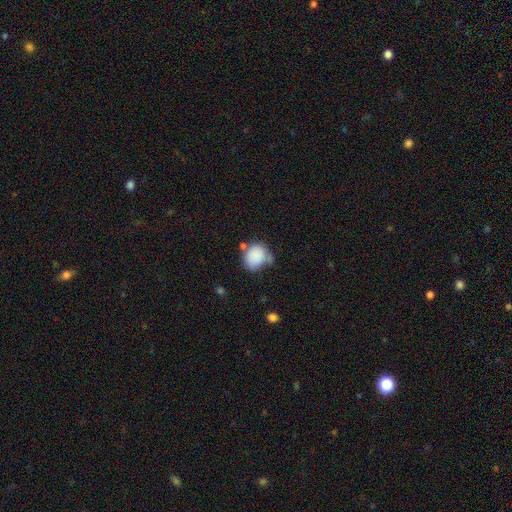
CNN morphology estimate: Q: Smooth or featured?
A: smooth (85%); runner-up: star or artifact (8%)
Q: How rounded?
A: round (55%); runner-up: in between (45%)
Q: Merging?
A: none (48%); runner-up: minor disturbance (26%)